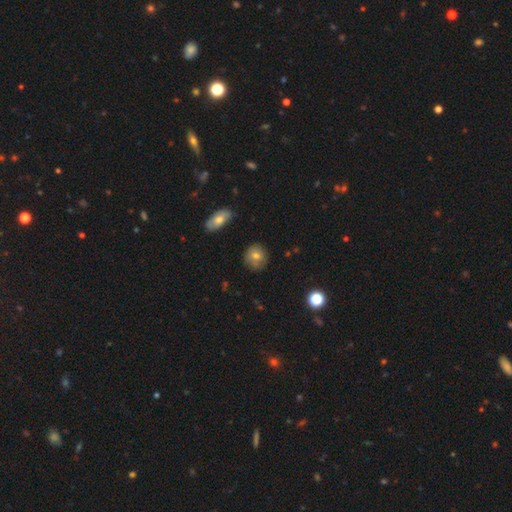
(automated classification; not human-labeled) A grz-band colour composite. It shows a smooth galaxy with no disk features (74%) that is round (84%). Merging: none (81%).